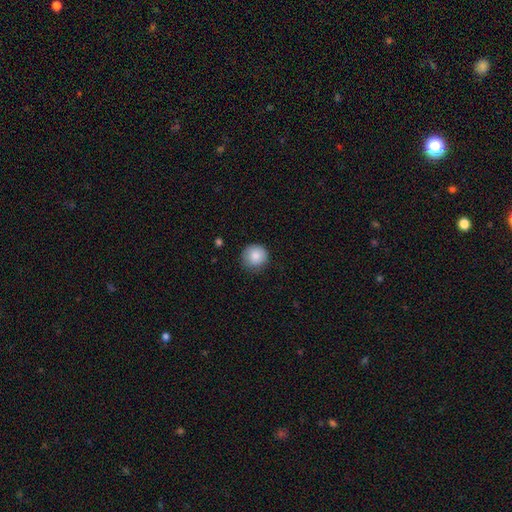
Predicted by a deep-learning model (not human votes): smooth_or_featured: smooth (p=0.86) [alt: star or artifact p=0.08]
how_rounded: round (p=0.93) [alt: in between p=0.06]
merging: none (p=0.83) [alt: minor disturbance p=0.13]